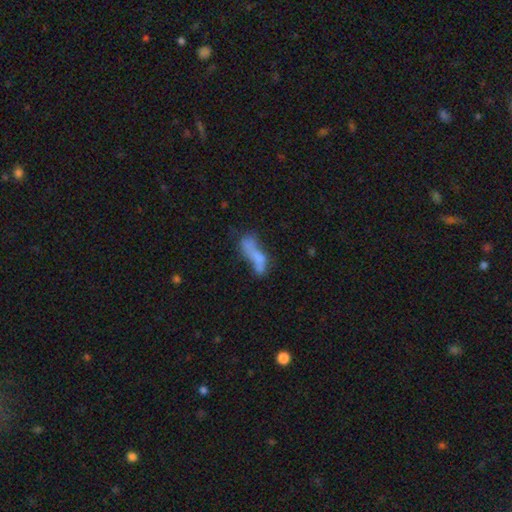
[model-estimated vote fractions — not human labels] Smooth or featured? Predicted: smooth (p=0.55). How rounded? Predicted: cigar-shaped (p=0.49). Merging? Predicted: merger (p=0.36).